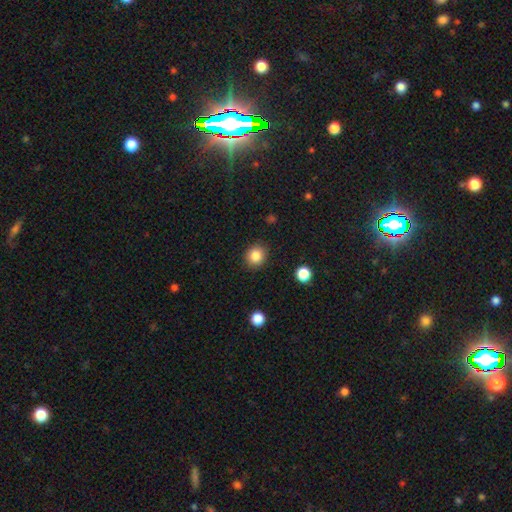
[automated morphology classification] Smooth or featured: smooth — 85% (star or artifact — 10%)
How rounded: round — 78% (in between — 21%)
Merging: none — 88% (minor disturbance — 8%)